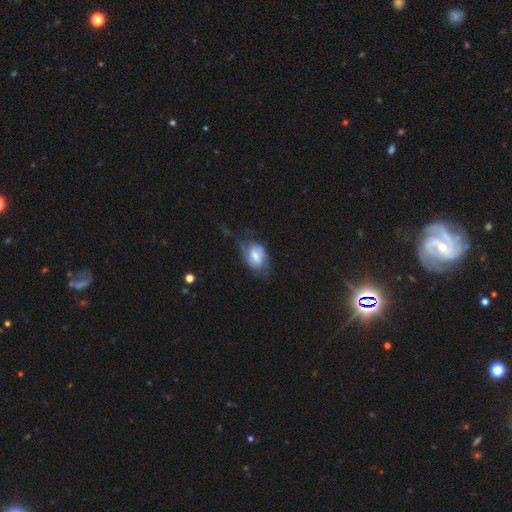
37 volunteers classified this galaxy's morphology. Smooth or featured? featured or disk (54%)
Edge-on disk? no (90%)
Bar? weak (39%)
Spiral arms? yes (72%)
Spiral winding? medium (62%)
Spiral arm count? 2 (54%)
Bulge size? moderate (72%)
Merging? none (36%)